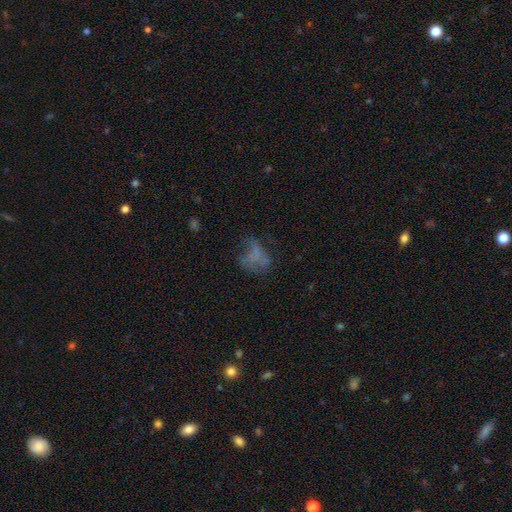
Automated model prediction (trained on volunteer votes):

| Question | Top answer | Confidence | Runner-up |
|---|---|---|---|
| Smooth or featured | smooth | 43% | featured or disk (38%) |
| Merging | none | 38% | major disturbance (35%) |